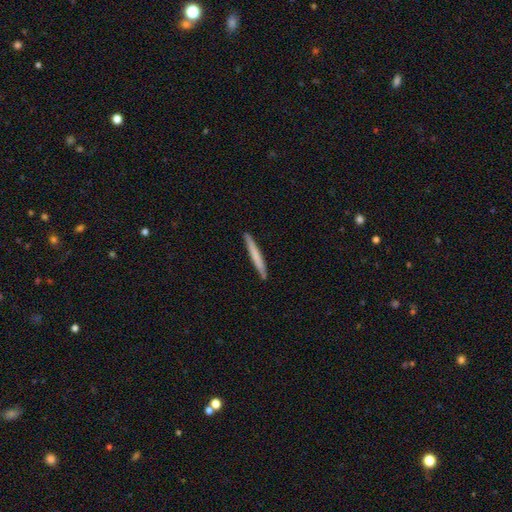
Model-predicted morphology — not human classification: Smooth or featured?
  - smooth: 65% *
  - featured or disk: 30%
  - star or artifact: 5%
How rounded?
  - cigar-shaped: 97% *
  - in between: 2%
  - round: 1%
Merging?
  - none: 90% *
  - minor disturbance: 7%
  - major disturbance: 1%
  - merger: 1%